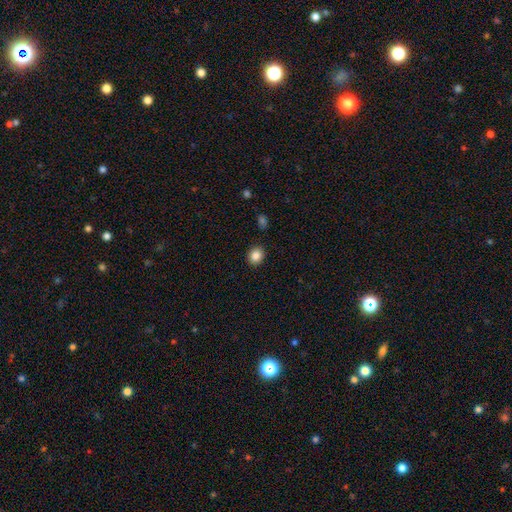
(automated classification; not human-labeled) smooth 86%, star or artifact 9%, featured or disk 4%. Down the decision tree: how rounded — round (69%); merging — none (89%).